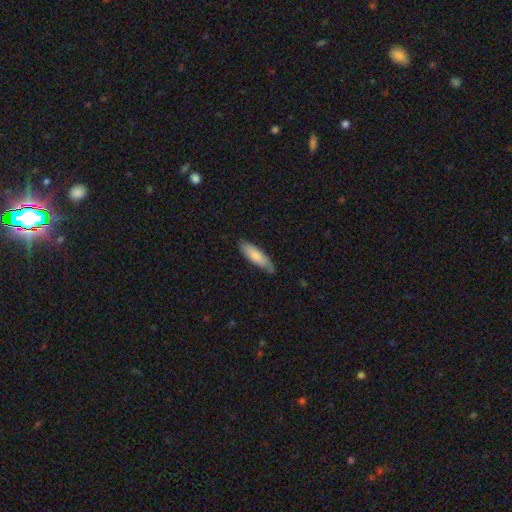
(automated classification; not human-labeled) smooth-or-featured: smooth: 80% | featured or disk: 14% | star or artifact: 5%
  how-rounded: cigar-shaped: 57% | in between: 42% | round: 1%
  merging: none: 76% | minor disturbance: 20% | major disturbance: 3% | merger: 1%